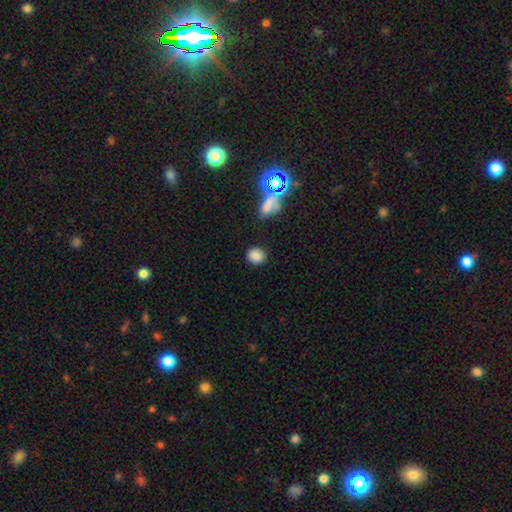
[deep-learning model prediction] This is clearly a smooth galaxy (82%). How rounded: clearly round (81%). Merging: clearly none (81%).